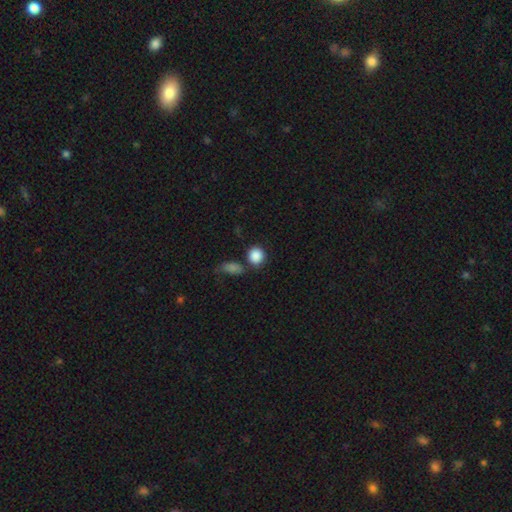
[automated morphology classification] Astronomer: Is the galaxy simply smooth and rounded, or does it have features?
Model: smooth — 87%.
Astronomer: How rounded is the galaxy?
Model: round — 81%.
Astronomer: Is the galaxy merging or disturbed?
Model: none — 68%.